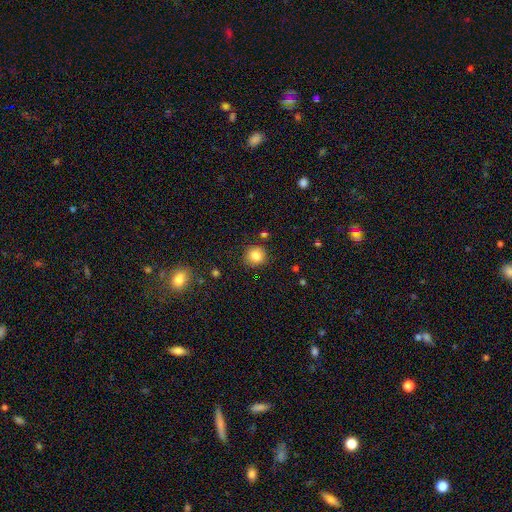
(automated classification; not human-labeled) Smooth or featured?
  - smooth: 83% *
  - star or artifact: 11%
  - featured or disk: 6%
How rounded?
  - round: 89% *
  - in between: 10%
  - cigar-shaped: 1%
Merging?
  - none: 84% *
  - minor disturbance: 10%
  - major disturbance: 3%
  - merger: 3%